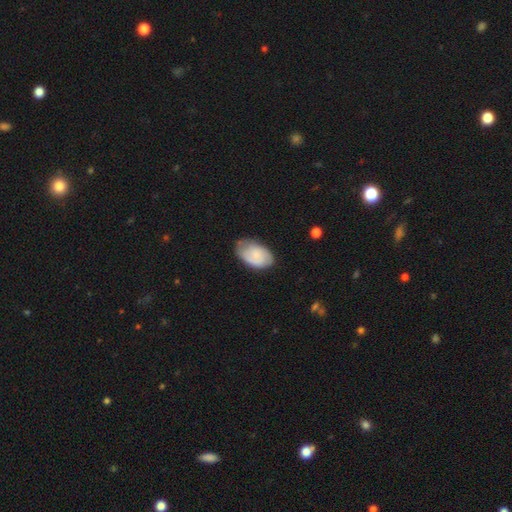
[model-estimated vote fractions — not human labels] smooth 61%, featured or disk 32%, star or artifact 6%. Down the decision tree: how rounded — in between (91%); merging — none (61%).